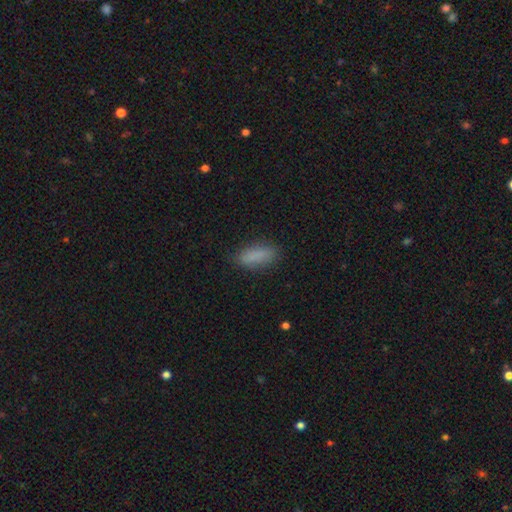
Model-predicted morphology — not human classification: Smooth or featured? Predicted: smooth (p=0.85). How rounded? Predicted: in between (p=0.69). Merging? Predicted: none (p=0.82).